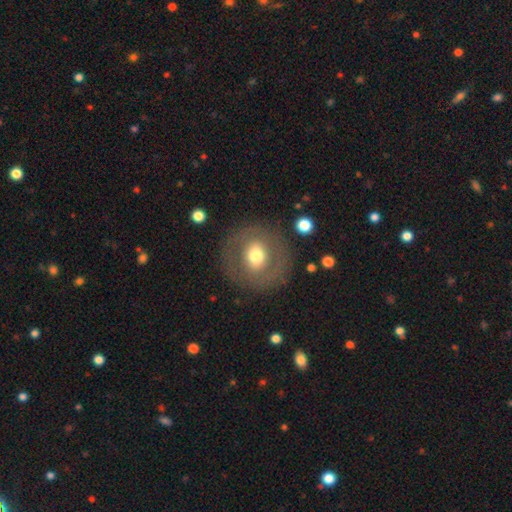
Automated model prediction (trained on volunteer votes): Smooth or featured? Predicted: smooth (p=0.53). How rounded? Predicted: round (p=0.87). Merging? Predicted: none (p=0.82).